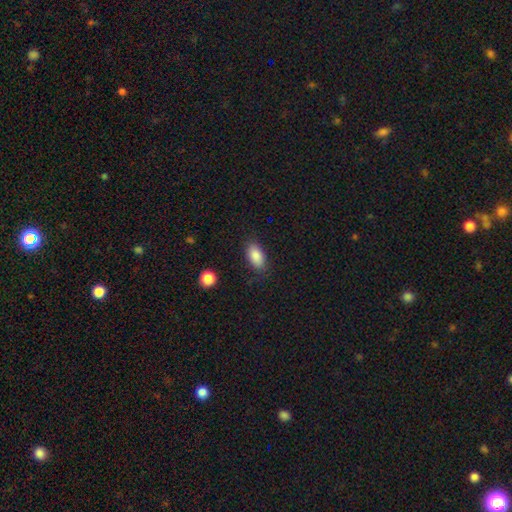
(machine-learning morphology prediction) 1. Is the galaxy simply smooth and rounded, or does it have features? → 86% smooth, 8% star or artifact, 6% featured or disk.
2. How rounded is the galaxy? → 91% in between, 4% round, 4% cigar-shaped.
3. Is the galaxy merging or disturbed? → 83% none, 12% minor disturbance, 3% major disturbance, 1% merger.